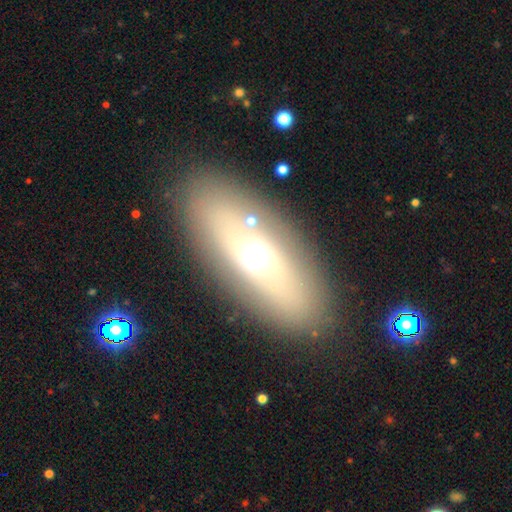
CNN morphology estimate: Smooth or featured? featured or disk (49%)
Merging? none (84%)